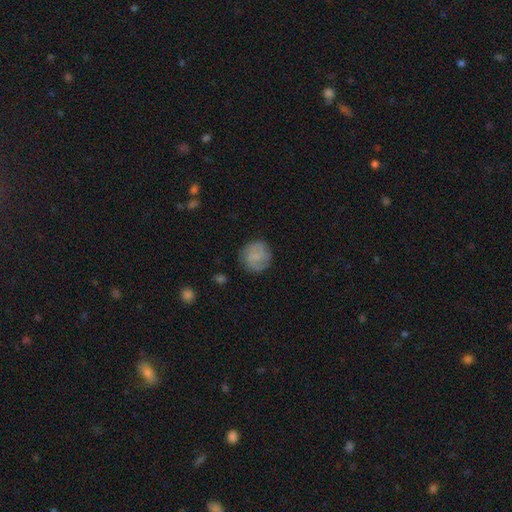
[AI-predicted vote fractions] The model was most divided on "smooth or featured": smooth: 60%, featured or disk: 32%, star or artifact: 8%. More confident: how rounded — round (90%); merging — none (79%).